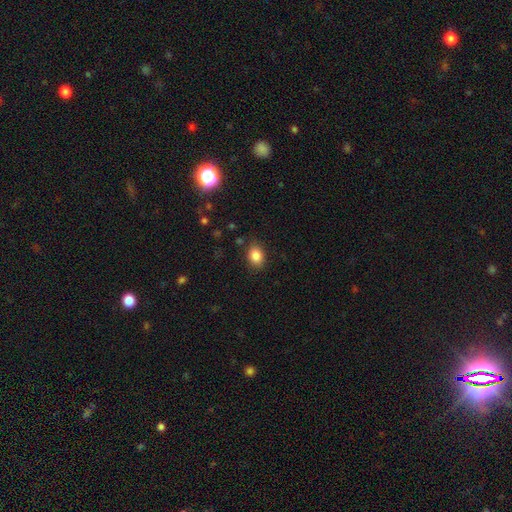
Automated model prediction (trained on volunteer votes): The model was most divided on "how rounded": in between: 67%, round: 32%, cigar-shaped: 1%. More confident: smooth or featured — smooth (85%); merging — none (84%).